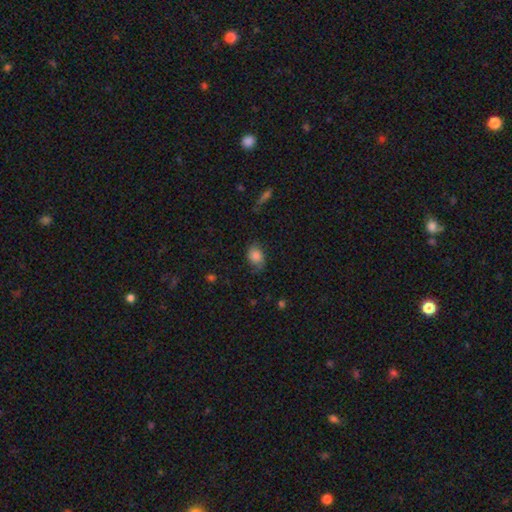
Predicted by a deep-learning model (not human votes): smooth_or_featured: smooth (p=0.72) [alt: featured or disk p=0.19]
how_rounded: in between (p=0.68) [alt: round p=0.31]
merging: none (p=0.64) [alt: minor disturbance p=0.26]